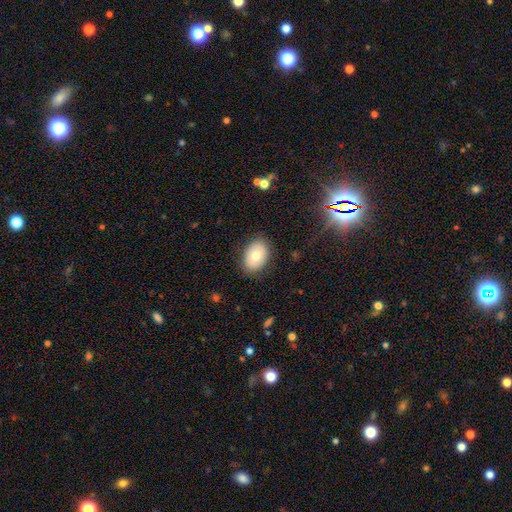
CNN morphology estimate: Smooth or featured?
  - smooth: 76% *
  - featured or disk: 17%
  - star or artifact: 7%
How rounded?
  - in between: 81% *
  - round: 18%
  - cigar-shaped: 1%
Merging?
  - none: 85% *
  - minor disturbance: 11%
  - major disturbance: 3%
  - merger: 1%